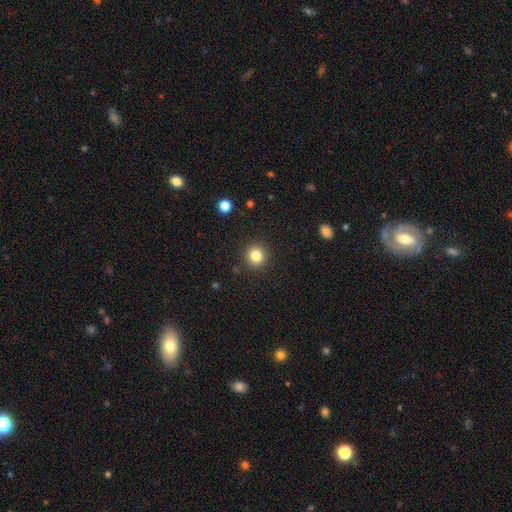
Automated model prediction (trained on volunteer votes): Overall: smooth (82%). How rounded: round (92%). Merging: none (91%).